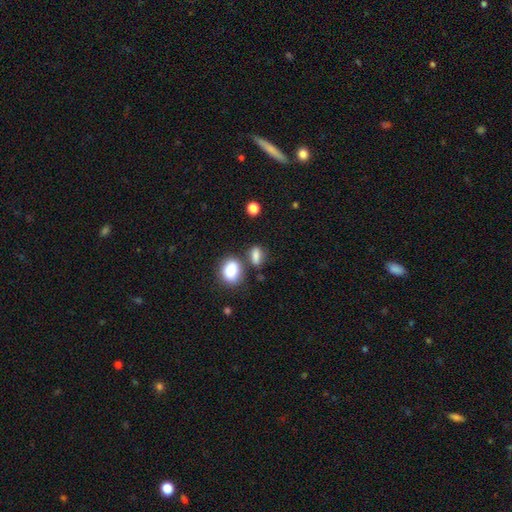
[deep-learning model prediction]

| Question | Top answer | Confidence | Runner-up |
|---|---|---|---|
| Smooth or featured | smooth | 83% | star or artifact (10%) |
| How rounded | in between | 73% | round (20%) |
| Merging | none | 58% | merger (20%) |